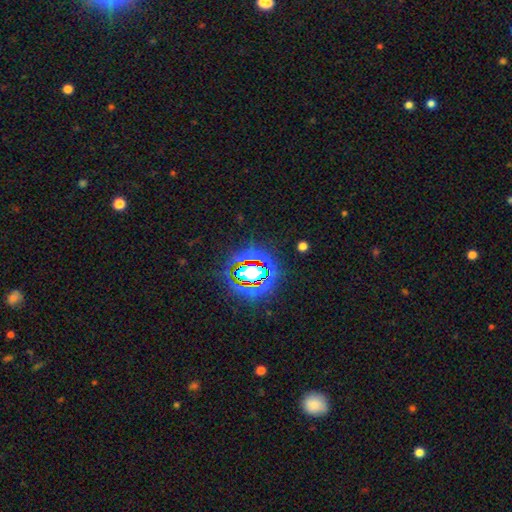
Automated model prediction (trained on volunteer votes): smooth_or_featured: star or artifact (p=0.82) [alt: smooth p=0.11]